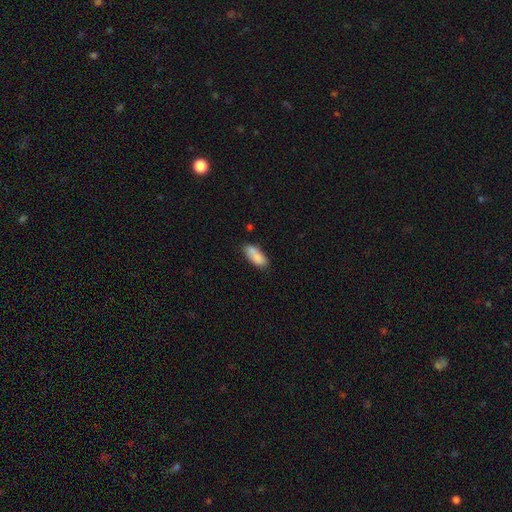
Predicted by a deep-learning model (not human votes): Q: Smooth or featured?
A: smooth (85%); runner-up: featured or disk (8%)
Q: How rounded?
A: in between (76%); runner-up: cigar-shaped (22%)
Q: Merging?
A: none (73%); runner-up: minor disturbance (20%)